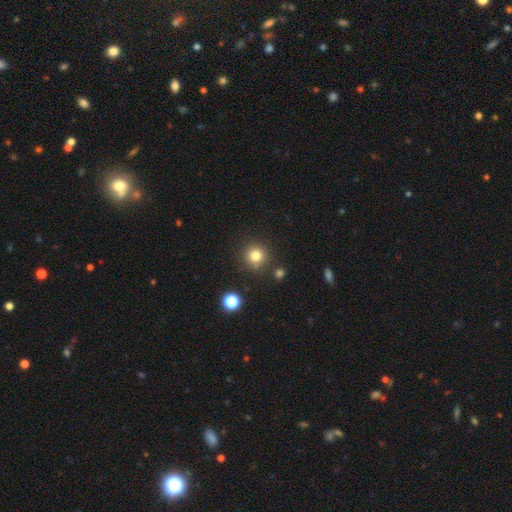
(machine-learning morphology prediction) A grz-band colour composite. It shows a smooth galaxy with no disk features (80%) that is round (94%). Merging: none (85%).